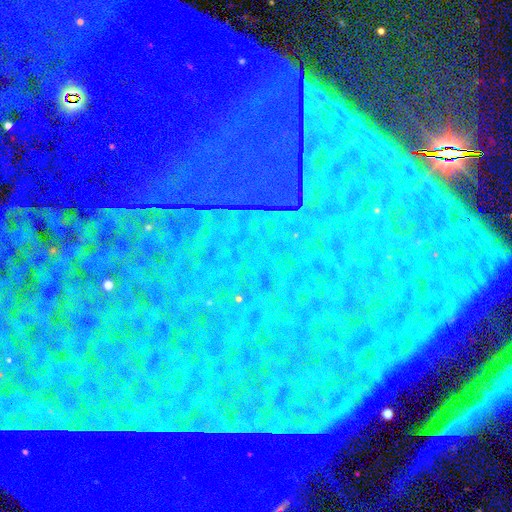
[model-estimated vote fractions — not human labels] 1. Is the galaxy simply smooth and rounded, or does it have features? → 86% star or artifact, 7% smooth, 7% featured or disk.